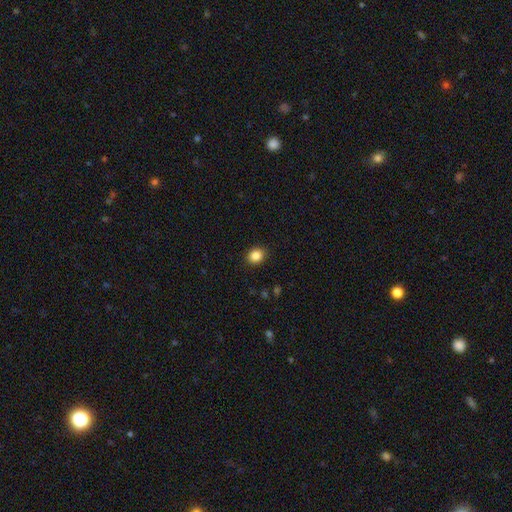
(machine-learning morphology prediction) Smooth or featured: smooth — 86% (star or artifact — 10%)
How rounded: round — 63% (in between — 36%)
Merging: none — 90% (minor disturbance — 7%)